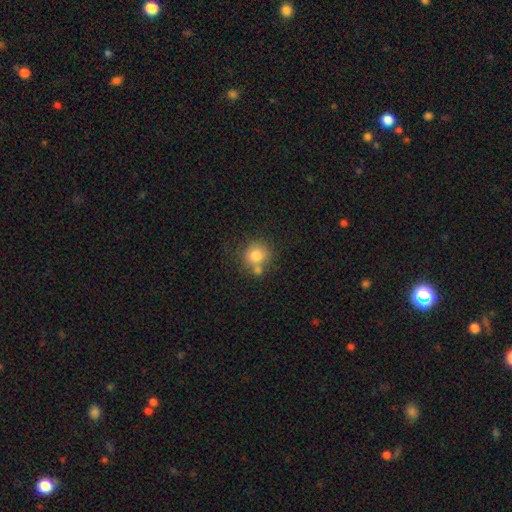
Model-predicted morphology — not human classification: Smooth or featured?
  - smooth: 80% *
  - star or artifact: 10%
  - featured or disk: 10%
How rounded?
  - round: 89% *
  - in between: 11%
  - cigar-shaped: 1%
Merging?
  - none: 57% *
  - merger: 26%
  - minor disturbance: 13%
  - major disturbance: 4%